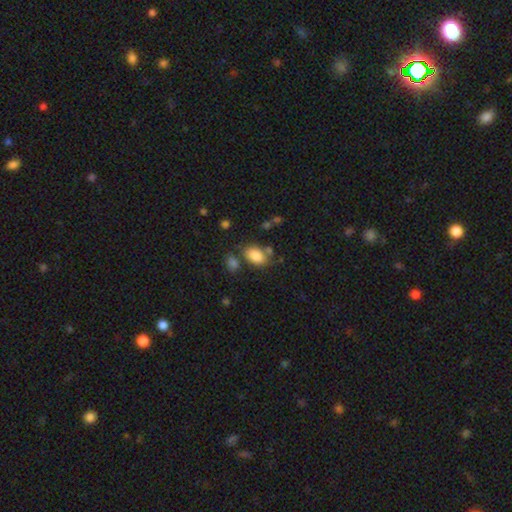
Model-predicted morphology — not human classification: Q: Smooth or featured?
A: smooth (84%); runner-up: star or artifact (8%)
Q: How rounded?
A: in between (88%); runner-up: round (10%)
Q: Merging?
A: none (65%); runner-up: minor disturbance (16%)